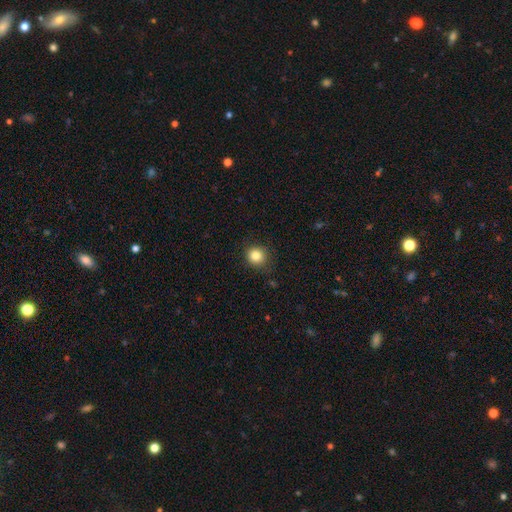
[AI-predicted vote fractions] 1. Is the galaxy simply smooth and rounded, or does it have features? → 83% smooth, 11% star or artifact, 6% featured or disk.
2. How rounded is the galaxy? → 90% round, 9% in between, 1% cigar-shaped.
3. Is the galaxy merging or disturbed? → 88% none, 8% minor disturbance, 2% major disturbance, 1% merger.